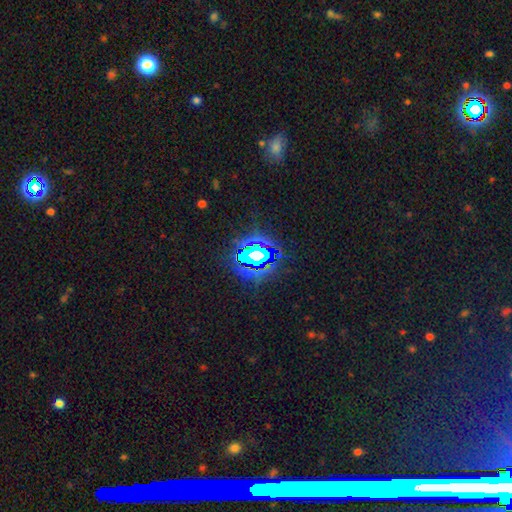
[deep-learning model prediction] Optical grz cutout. It shows a star or artifact, not a galaxy (74%).